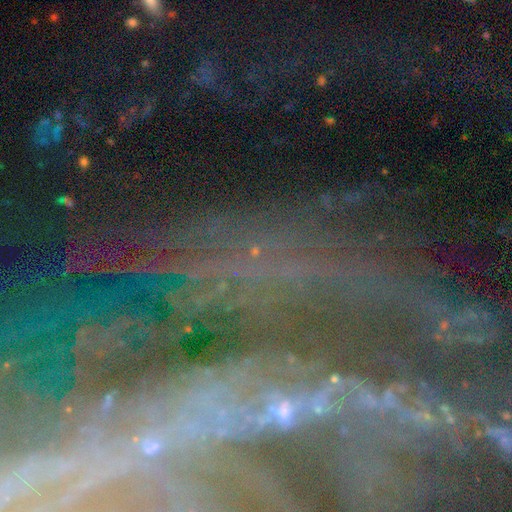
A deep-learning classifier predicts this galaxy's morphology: featured or disk 51%, star or artifact 38%, smooth 11%. Down the decision tree: edge-on disk — no (86%); merging — none (71%).